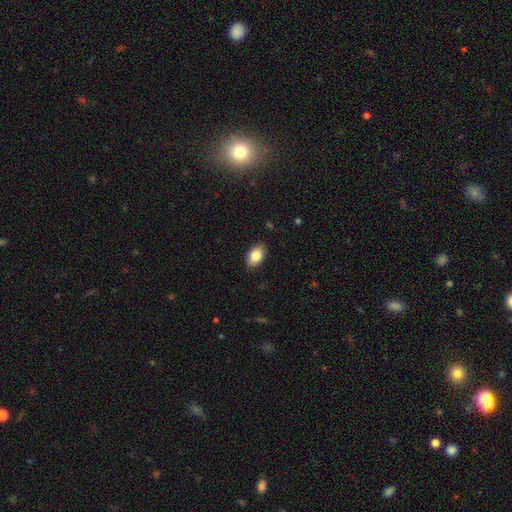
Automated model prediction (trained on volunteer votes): Morphology: type=smooth (83%); roundness=in between (90%); merging=none (87%).